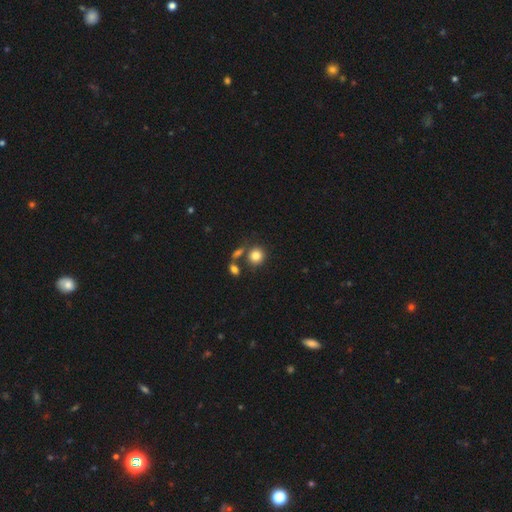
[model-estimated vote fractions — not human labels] A smooth galaxy with no disk features (82%) that is round (83%).

Vote fractions:
- Smooth or featured? smooth: 82% / star or artifact: 10% / featured or disk: 8%
- How rounded? round: 83% / in between: 16% / cigar-shaped: 1%
- Merging? none: 66% / merger: 19% / minor disturbance: 11% / major disturbance: 5%